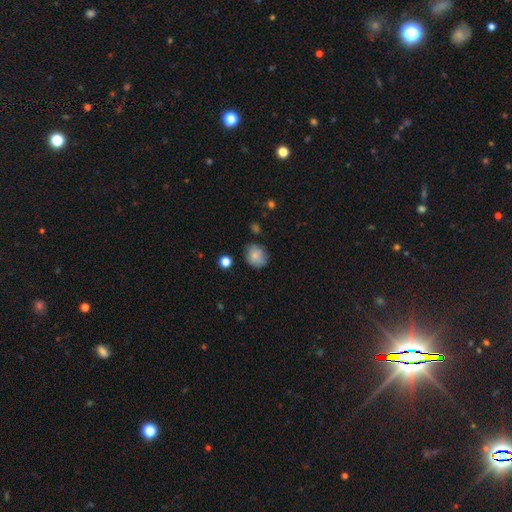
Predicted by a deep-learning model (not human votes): The model was most divided on "how rounded": round: 64%, in between: 35%, cigar-shaped: 1%. More confident: smooth or featured — smooth (76%); merging — none (68%).